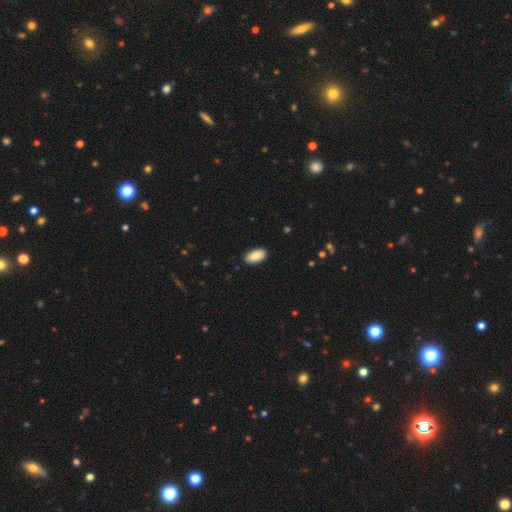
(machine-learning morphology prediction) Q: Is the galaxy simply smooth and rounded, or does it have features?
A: smooth — 85%.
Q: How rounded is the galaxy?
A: in between — 94%.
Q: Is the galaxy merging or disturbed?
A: none — 90%.